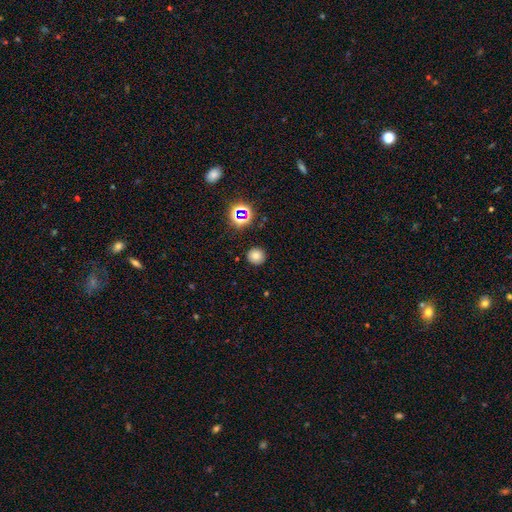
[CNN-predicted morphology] A smooth galaxy with no disk features (75%) that is round (94%).

Vote fractions:
- Smooth or featured? smooth: 75% / star or artifact: 18% / featured or disk: 7%
- How rounded? round: 94% / in between: 5% / cigar-shaped: 1%
- Merging? none: 90% / minor disturbance: 6% / major disturbance: 2% / merger: 1%